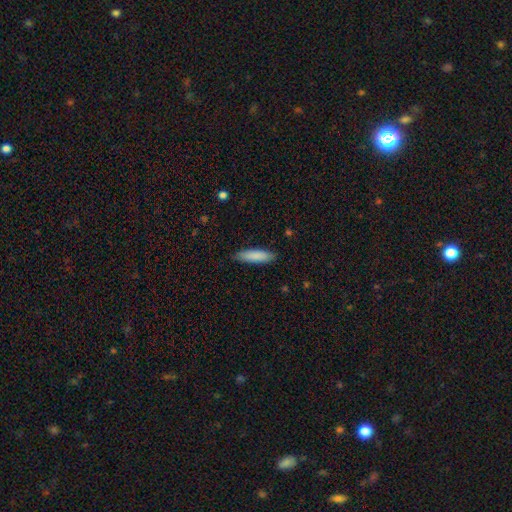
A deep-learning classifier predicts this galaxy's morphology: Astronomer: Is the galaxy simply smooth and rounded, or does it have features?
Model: smooth — 86%.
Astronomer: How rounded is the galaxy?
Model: cigar-shaped — 67%.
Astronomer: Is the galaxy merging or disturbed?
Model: none — 85%.